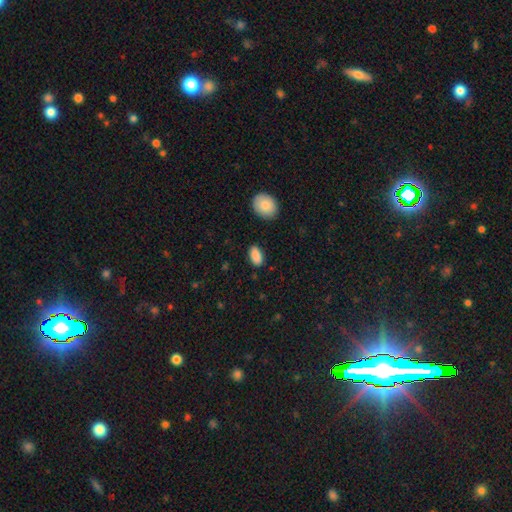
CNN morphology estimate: A smooth galaxy with no disk features (89%) that is in between round and cigar-shaped (93%).

Vote fractions:
- Smooth or featured? smooth: 89% / star or artifact: 7% / featured or disk: 4%
- How rounded? in between: 93% / round: 4% / cigar-shaped: 3%
- Merging? none: 87% / minor disturbance: 9% / major disturbance: 2% / merger: 2%